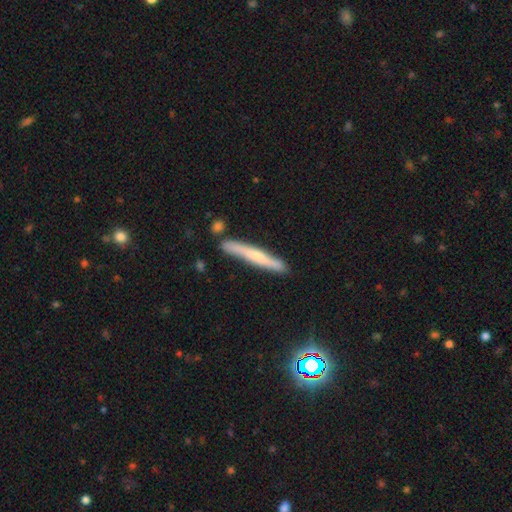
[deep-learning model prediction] smooth-or-featured: smooth: 51% | featured or disk: 42% | star or artifact: 7%
  how-rounded: cigar-shaped: 95% | in between: 3% | round: 1%
  merging: none: 80% | minor disturbance: 12% | merger: 5% | major disturbance: 2%